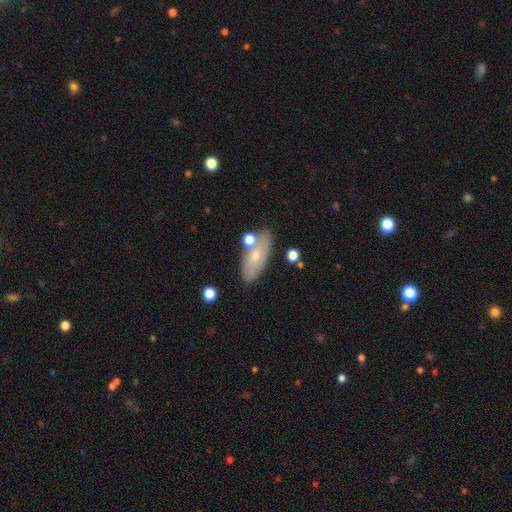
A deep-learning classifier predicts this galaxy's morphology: smooth 64%, featured or disk 28%, star or artifact 8%. Down the decision tree: how rounded — in between (79%); merging — none (71%).